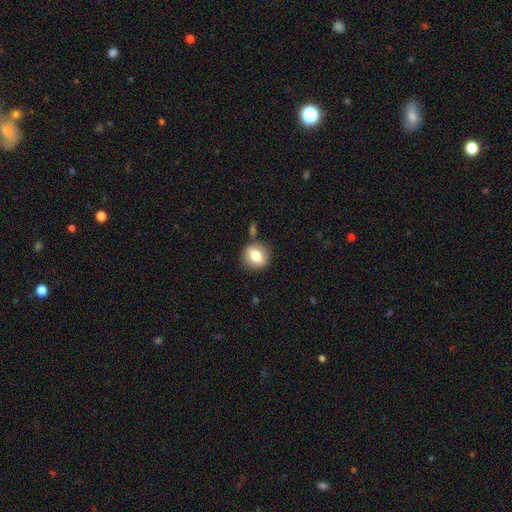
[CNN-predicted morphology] Smooth or featured: smooth — 74% (featured or disk — 17%)
How rounded: round — 77% (in between — 22%)
Merging: none — 79% (minor disturbance — 11%)